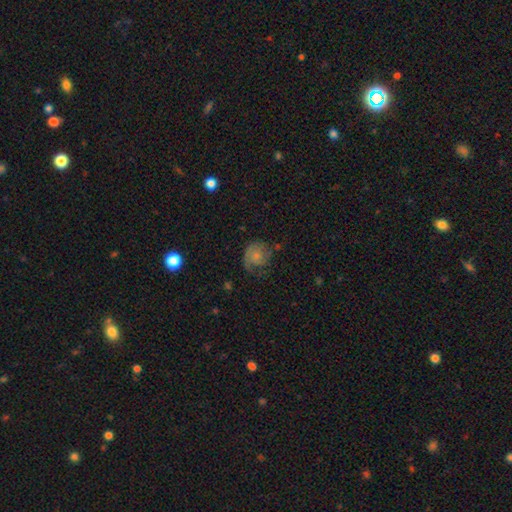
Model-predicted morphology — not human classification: featured or disk 52%, smooth 39%, star or artifact 9%. Down the decision tree: edge-on disk — no (98%); bar — no (78%); spiral arms — yes (84%); bulge size — small (49%); merging — none (49%).